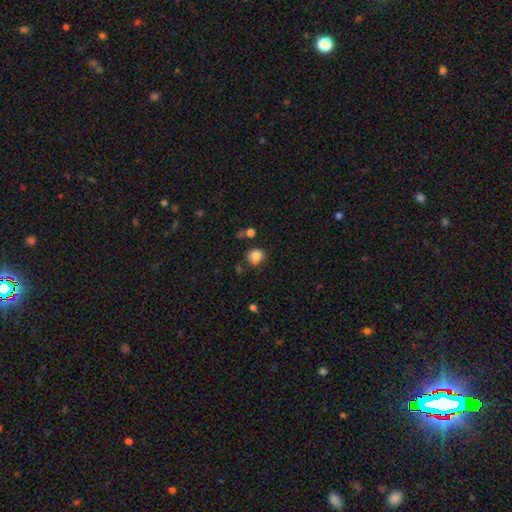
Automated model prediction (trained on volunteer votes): Morphology: type=smooth (82%); roundness=round (83%); merging=none (70%).